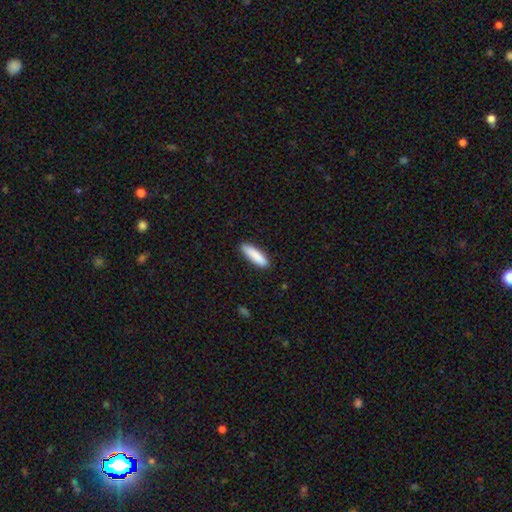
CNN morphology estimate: This appears to be a smooth galaxy with no disk features (88%) that is cigar-shaped (69%). Merging: none (89%).